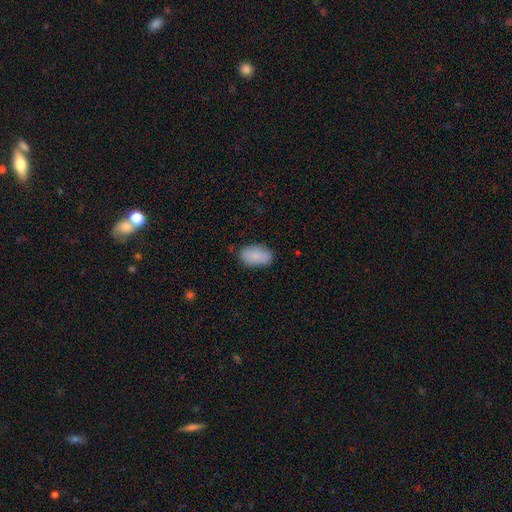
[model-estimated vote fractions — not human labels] This appears to be a smooth galaxy with no disk features (88%) that is in between round and cigar-shaped (92%). Merging: none (80%).